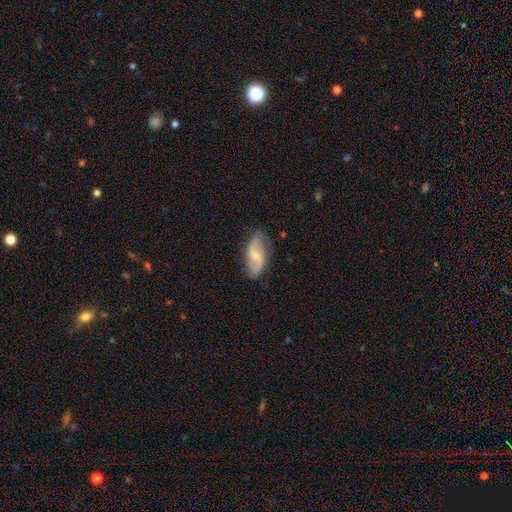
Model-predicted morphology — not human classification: smooth_or_featured: featured or disk (p=0.66) [alt: smooth p=0.28]
disk_edge_on: no (p=0.95) [alt: yes p=0.05]
bar: weak (p=0.55) [alt: no p=0.28]
has_spiral_arms: yes (p=0.91) [alt: no p=0.09]
spiral_winding: loose (p=0.60) [alt: medium p=0.30]
spiral_arm_count: 2 (p=0.88) [alt: can't tell p=0.06]
bulge_size: small (p=0.46) [alt: moderate p=0.36]
merging: none (p=0.75) [alt: minor disturbance p=0.19]